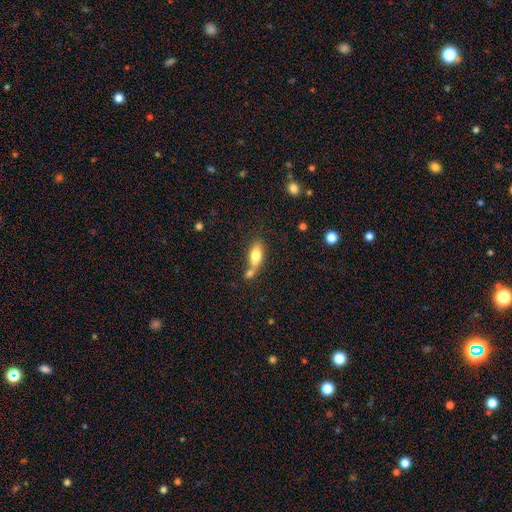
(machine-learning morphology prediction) Smooth or featured? smooth (71%)
How rounded? in between (76%)
Merging? merger (43%)